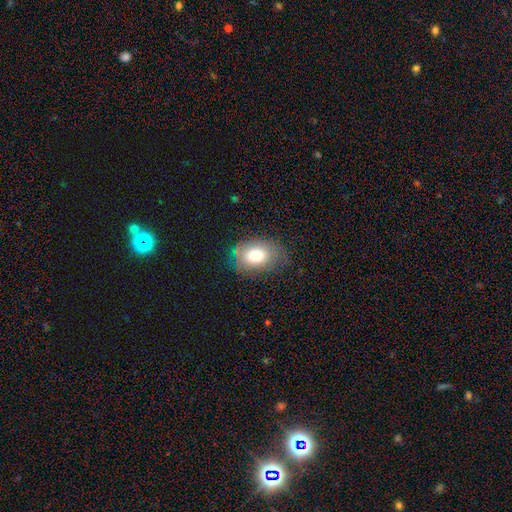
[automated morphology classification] Overall: smooth (74%). How rounded: in between (79%). Merging: none (68%).